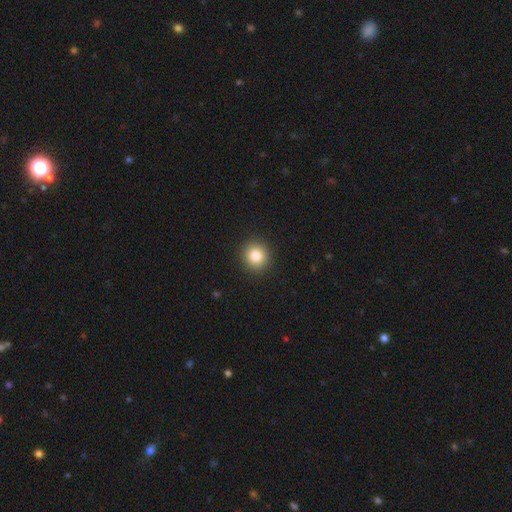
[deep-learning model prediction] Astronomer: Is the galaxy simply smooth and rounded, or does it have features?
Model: smooth — 82%.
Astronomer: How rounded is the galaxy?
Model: round — 92%.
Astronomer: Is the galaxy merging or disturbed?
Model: none — 92%.